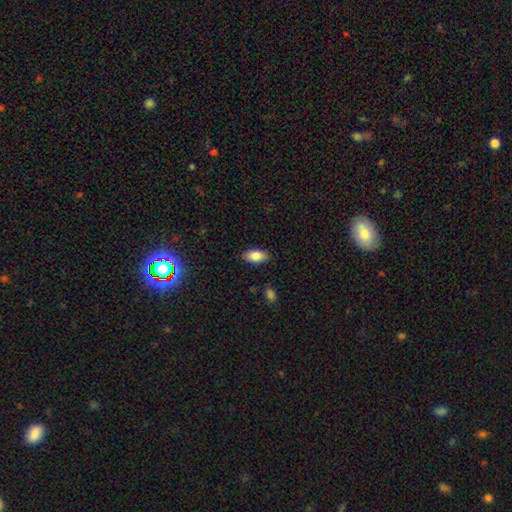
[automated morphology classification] Smooth or featured?
  - smooth: 83% *
  - featured or disk: 9%
  - star or artifact: 7%
How rounded?
  - in between: 91% *
  - cigar-shaped: 6%
  - round: 3%
Merging?
  - none: 86% *
  - minor disturbance: 10%
  - major disturbance: 2%
  - merger: 1%